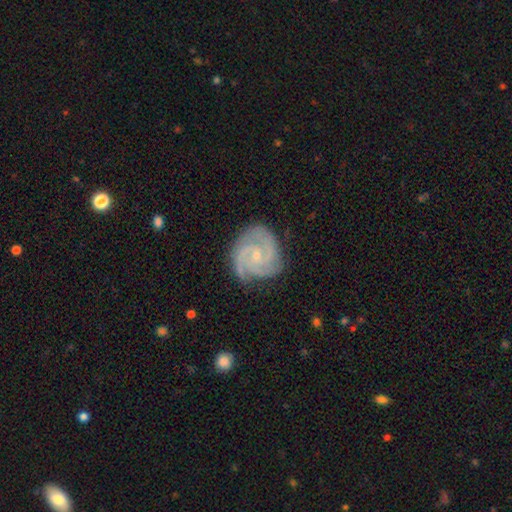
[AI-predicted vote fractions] Q: Smooth or featured?
A: featured or disk (91%); runner-up: smooth (5%)
Q: Edge-on disk?
A: no (98%); runner-up: yes (2%)
Q: Bar?
A: no (70%); runner-up: weak (25%)
Q: Spiral arms?
A: yes (99%); runner-up: no (1%)
Q: Spiral winding?
A: tight (62%); runner-up: medium (35%)
Q: Spiral arm count?
A: 3 (61%); runner-up: 2 (14%)
Q: Bulge size?
A: small (79%); runner-up: moderate (17%)
Q: Merging?
A: none (79%); runner-up: minor disturbance (16%)